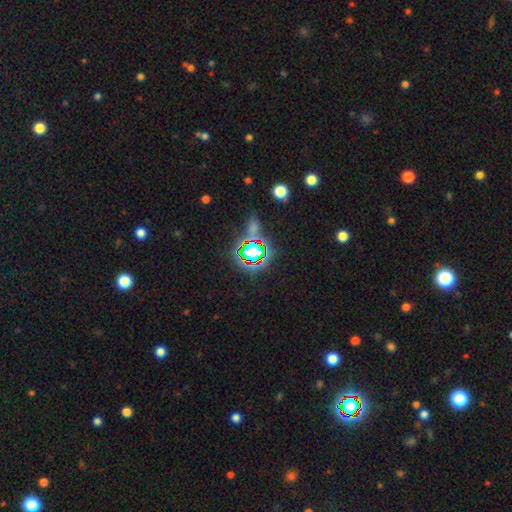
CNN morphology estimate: A star or artifact, not a galaxy (75%).